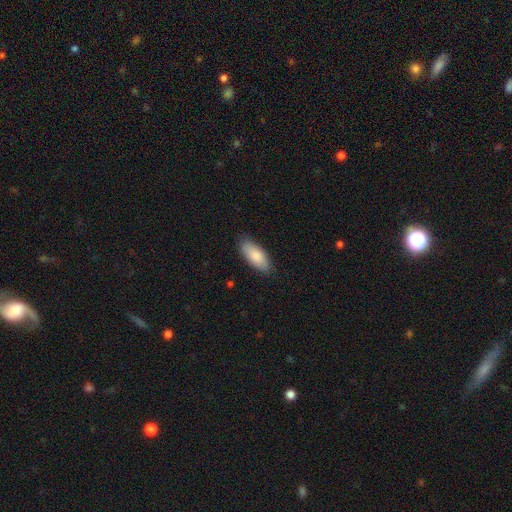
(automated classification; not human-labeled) A smooth galaxy with no disk features (84%) that is in between round and cigar-shaped (83%).

Vote fractions:
- Smooth or featured? smooth: 84% / featured or disk: 10% / star or artifact: 6%
- How rounded? in between: 83% / cigar-shaped: 15% / round: 2%
- Merging? none: 83% / minor disturbance: 13% / major disturbance: 2% / merger: 1%